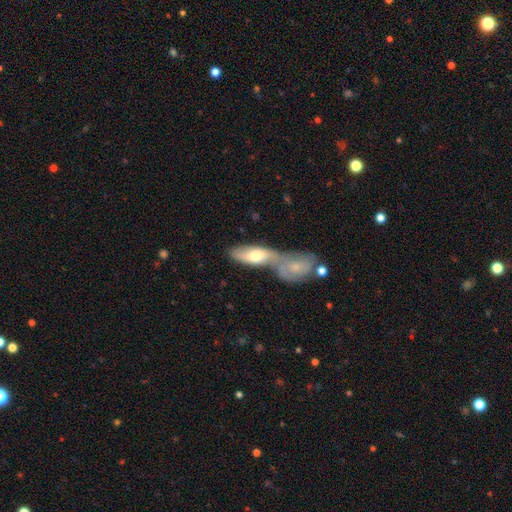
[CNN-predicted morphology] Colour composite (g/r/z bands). It shows a smooth galaxy with no disk features (59%) that is in between round and cigar-shaped (72%). Merging: merger (68%).